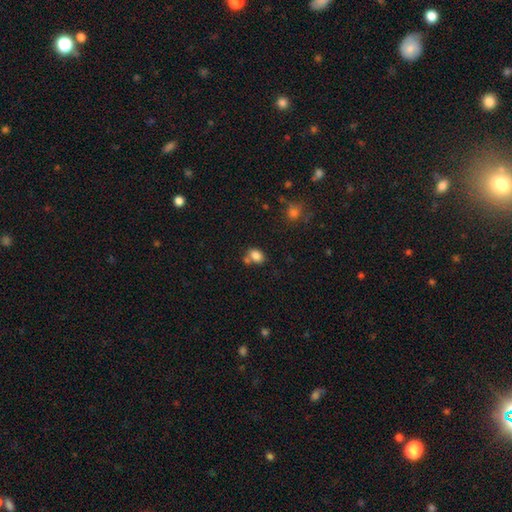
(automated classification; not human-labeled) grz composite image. It shows a smooth galaxy with no disk features (83%) that is in between round and cigar-shaped (65%). Merging: none (54%).